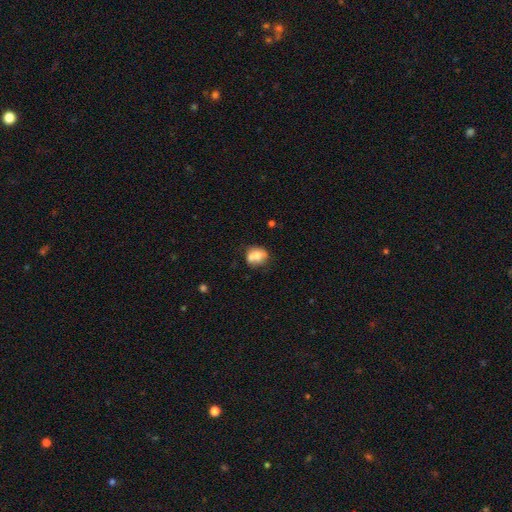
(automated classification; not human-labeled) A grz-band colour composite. It shows a smooth galaxy with no disk features (68%) that is round (51%). Merging: none (45%).